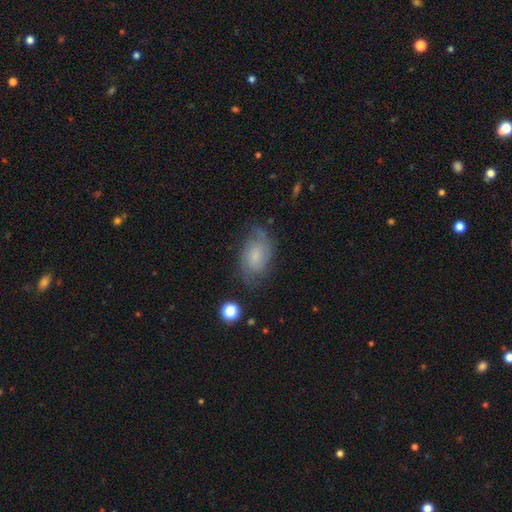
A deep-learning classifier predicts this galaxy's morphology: Overall: featured or disk (51%; smooth 39%). Edge-on disk: no (96%). Merging: none (65%).